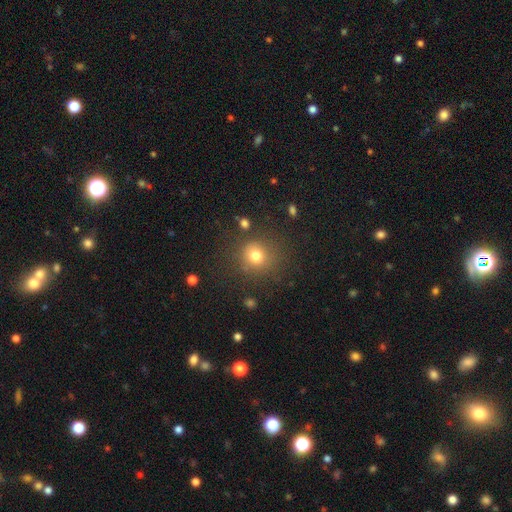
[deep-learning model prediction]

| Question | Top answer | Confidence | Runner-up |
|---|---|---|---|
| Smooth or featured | smooth | 76% | star or artifact (15%) |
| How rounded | round | 88% | in between (11%) |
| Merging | none | 80% | minor disturbance (11%) |